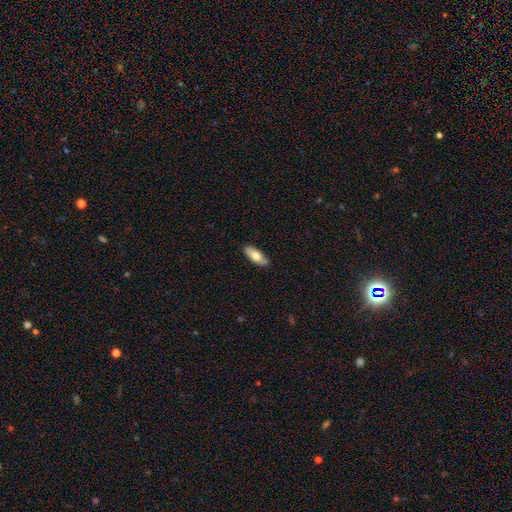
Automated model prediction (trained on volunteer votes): The model was most divided on "smooth or featured": smooth: 70%, featured or disk: 25%, star or artifact: 6%. More confident: merging — none (87%); how rounded — in between (75%).